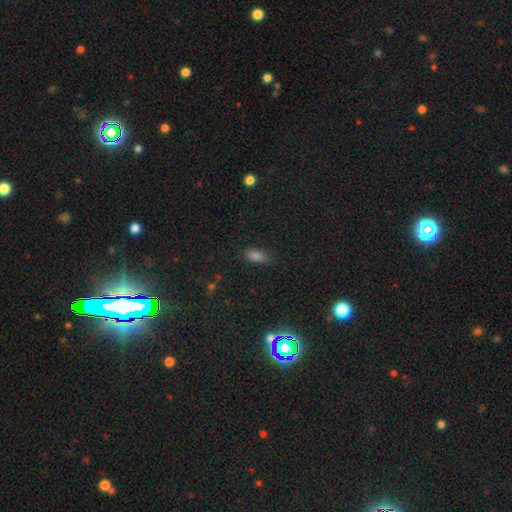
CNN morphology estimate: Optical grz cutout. It shows a smooth galaxy with no disk features (75%) that is in between round and cigar-shaped (86%). Merging: none (82%).